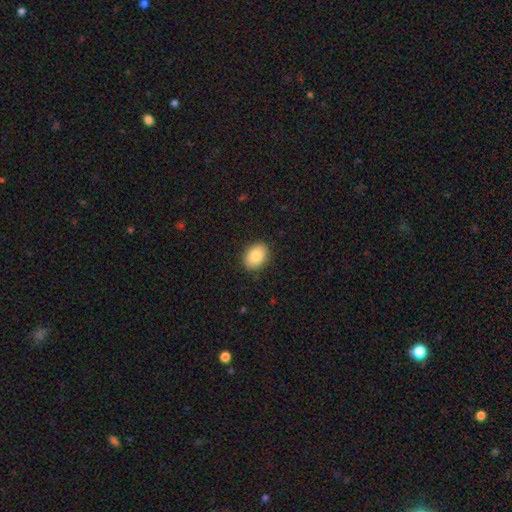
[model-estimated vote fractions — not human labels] smooth_or_featured: smooth (p=0.85) [alt: star or artifact p=0.08]
how_rounded: in between (p=0.69) [alt: round p=0.30]
merging: none (p=0.88) [alt: minor disturbance p=0.09]